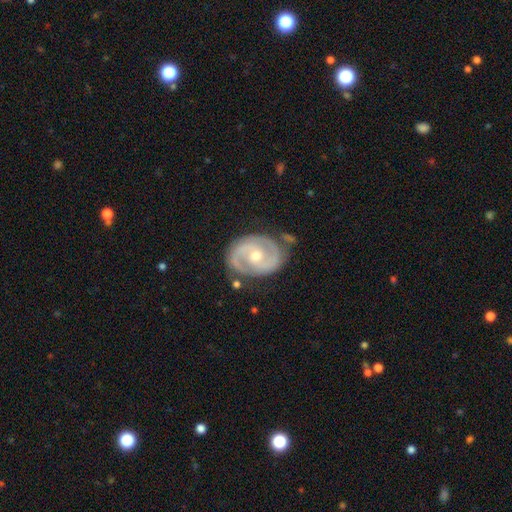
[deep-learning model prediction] Morphology: type=featured or disk (89%); edge-on=no (97%); bar=no (55%); spiral arms=yes (96%); winding=tight (53%); arm count=2 (90%); bulge=moderate (60%); merging=none (75%).